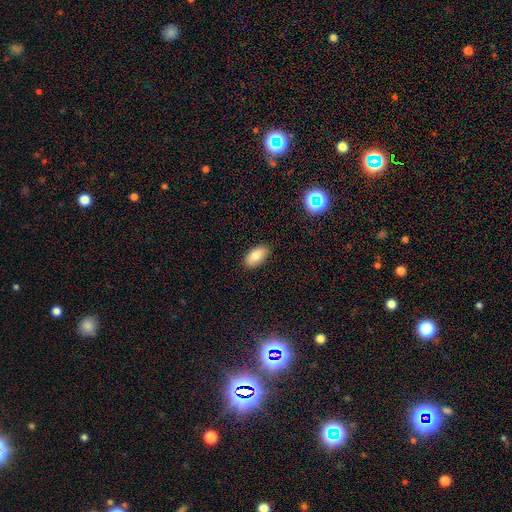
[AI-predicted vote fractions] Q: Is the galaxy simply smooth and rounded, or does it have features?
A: smooth — 81%.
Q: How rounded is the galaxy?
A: in between — 93%.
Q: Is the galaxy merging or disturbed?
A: none — 87%.